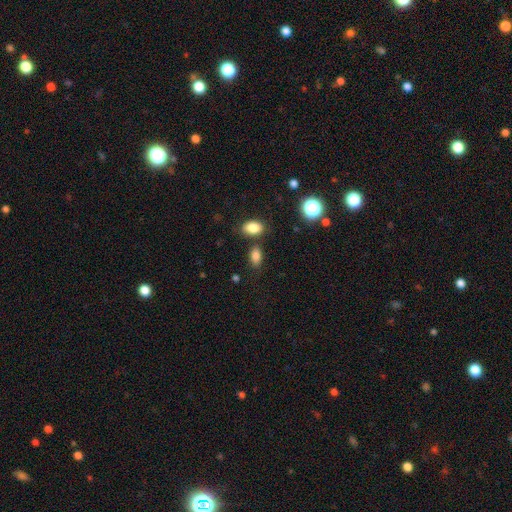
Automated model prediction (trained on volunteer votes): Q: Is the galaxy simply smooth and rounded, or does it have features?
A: smooth — 82%.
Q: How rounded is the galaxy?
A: in between — 86%.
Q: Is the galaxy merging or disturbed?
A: none — 71%.